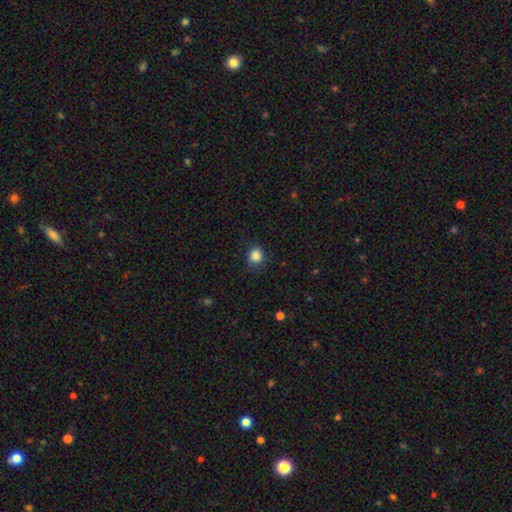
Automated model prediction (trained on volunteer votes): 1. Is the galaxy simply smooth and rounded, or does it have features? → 86% smooth, 10% star or artifact, 4% featured or disk.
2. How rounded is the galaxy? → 77% round, 23% in between, 1% cigar-shaped.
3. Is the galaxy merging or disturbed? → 79% none, 16% minor disturbance, 4% major disturbance, 1% merger.